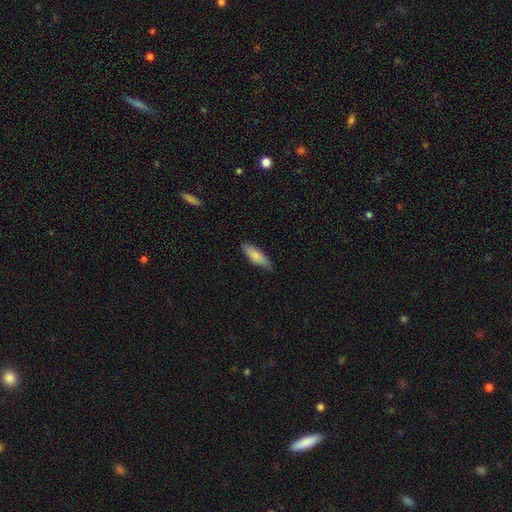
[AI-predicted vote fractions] The model was most divided on "how rounded": in between: 50%, cigar-shaped: 48%, round: 2%. More confident: smooth or featured — smooth (81%); merging — none (80%).